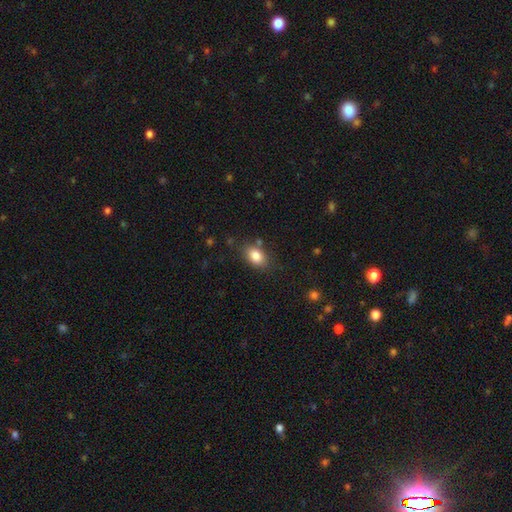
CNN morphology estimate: The model was most divided on "merging": none: 79%, minor disturbance: 14%, merger: 4%, major disturbance: 4%. More confident: how rounded — in between (85%); smooth or featured — smooth (84%).